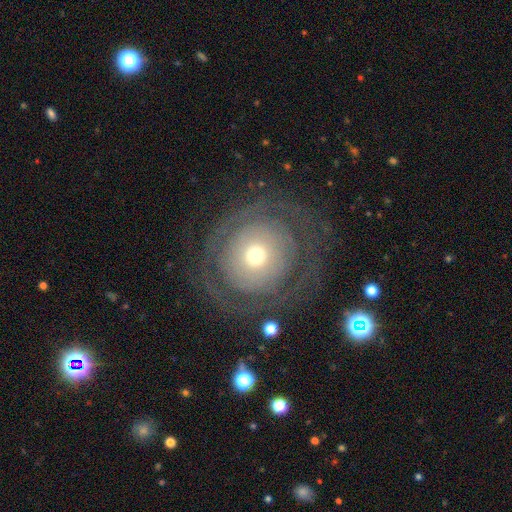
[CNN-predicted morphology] Q: Smooth or featured?
A: featured or disk (65%); runner-up: smooth (26%)
Q: Edge-on disk?
A: no (97%); runner-up: yes (3%)
Q: Bar?
A: no (87%); runner-up: weak (10%)
Q: Spiral arms?
A: yes (69%); runner-up: no (31%)
Q: Bulge size?
A: small (50%); runner-up: moderate (40%)
Q: Merging?
A: none (72%); runner-up: major disturbance (14%)